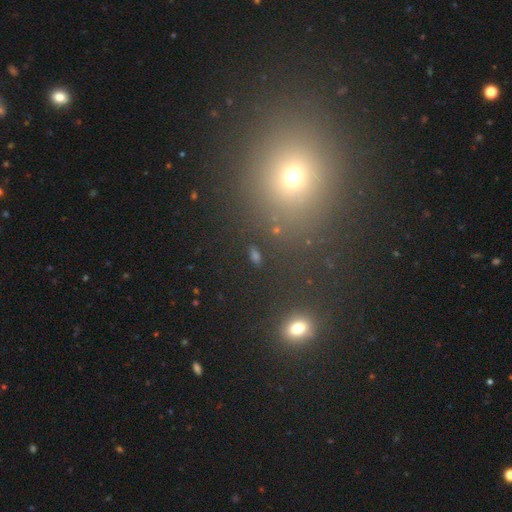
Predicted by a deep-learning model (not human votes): This appears to be a smooth galaxy with no disk features (53%) that is in between round and cigar-shaped (52%). Merging: none (84%).